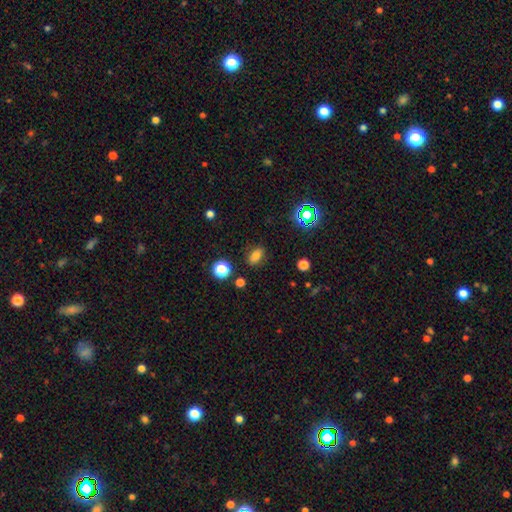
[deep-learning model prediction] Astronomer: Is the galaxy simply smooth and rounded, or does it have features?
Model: smooth — 76%.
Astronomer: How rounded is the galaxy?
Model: in between — 80%.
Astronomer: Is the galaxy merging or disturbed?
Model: none — 84%.